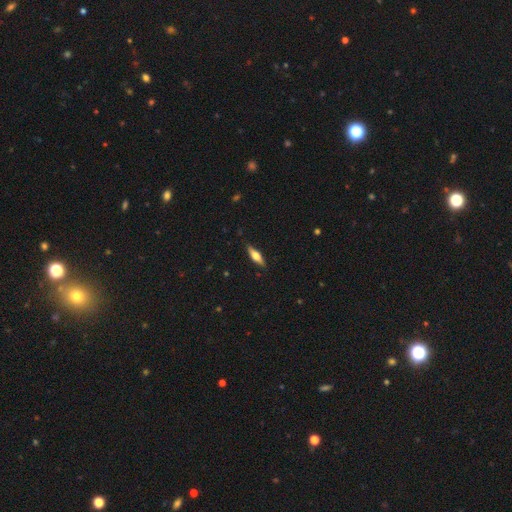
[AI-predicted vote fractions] Smooth or featured: smooth — 48% (featured or disk — 46%)
Merging: none — 88% (minor disturbance — 9%)